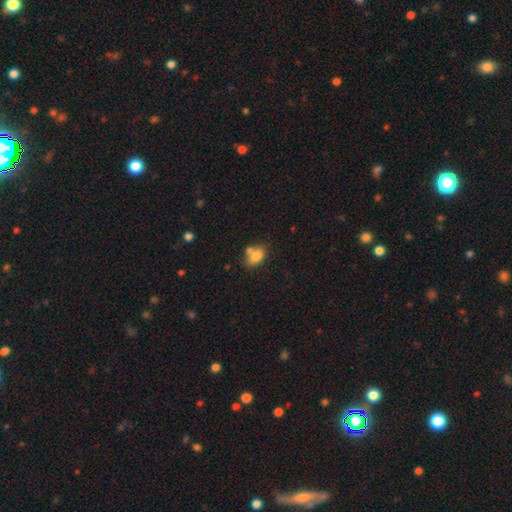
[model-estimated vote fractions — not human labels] This appears to be a smooth galaxy with no disk features (80%) that is in between round and cigar-shaped (86%). Merging: none (51%).